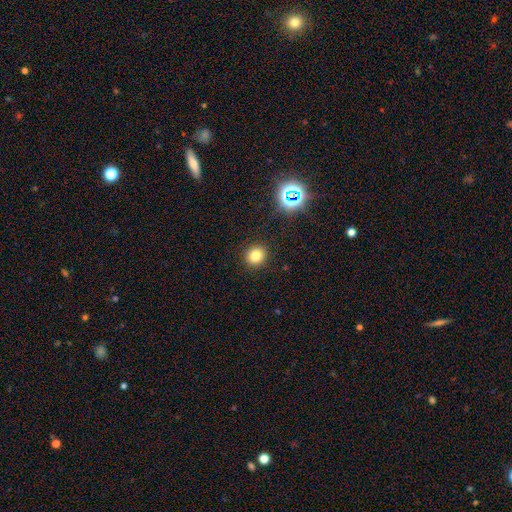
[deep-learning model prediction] smooth-or-featured: smooth: 79% | star or artifact: 15% | featured or disk: 6%
  how-rounded: round: 87% | in between: 12% | cigar-shaped: 1%
  merging: none: 91% | minor disturbance: 6% | major disturbance: 2% | merger: 1%